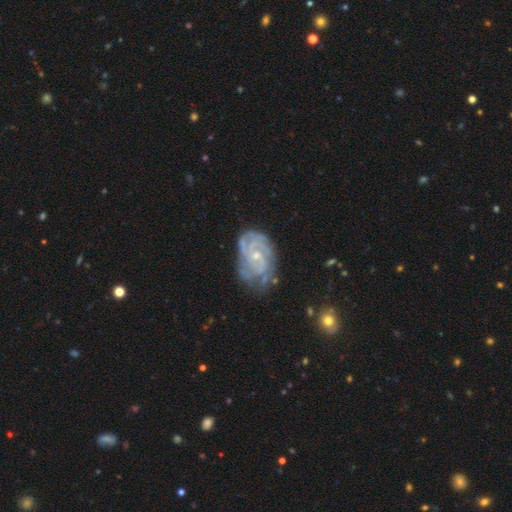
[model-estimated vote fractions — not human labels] A featured or disk galaxy (84%) with no bar (63%), tight (65%) spiral arms (95%) and a small central bulge (65%).

Vote fractions:
- Smooth or featured? featured or disk: 84% / smooth: 9% / star or artifact: 7%
- Edge-on disk? no: 97% / yes: 3%
- Bar? no: 63% / weak: 31% / strong: 6%
- Spiral arms? yes: 95% / no: 5%
- Spiral winding? tight: 65% / medium: 29% / loose: 6%
- Spiral arm count? can't tell: 30% / 3: 23% / 2: 18% / 4: 17% / more than 4: 6% / 1: 6%
- Bulge size? small: 65% / moderate: 30% / none: 3% / large: 1% / dominant: 1%
- Merging? none: 64% / minor disturbance: 25% / major disturbance: 9% / merger: 3%